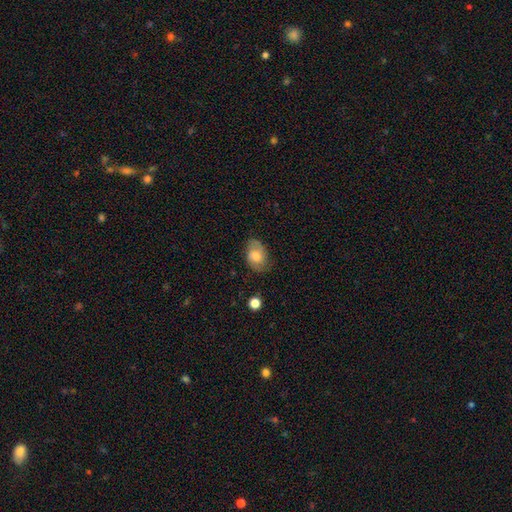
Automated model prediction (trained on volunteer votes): Q: Smooth or featured?
A: smooth (51%); runner-up: featured or disk (40%)
Q: How rounded?
A: in between (80%); runner-up: round (19%)
Q: Merging?
A: none (72%); runner-up: minor disturbance (20%)